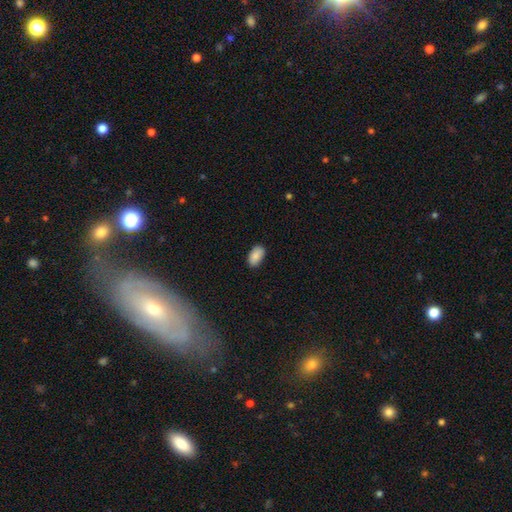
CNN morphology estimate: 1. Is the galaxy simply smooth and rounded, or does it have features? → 89% smooth, 7% star or artifact, 4% featured or disk.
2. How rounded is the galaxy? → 94% in between, 4% round, 2% cigar-shaped.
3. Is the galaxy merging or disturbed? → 87% none, 10% minor disturbance, 2% major disturbance, 1% merger.